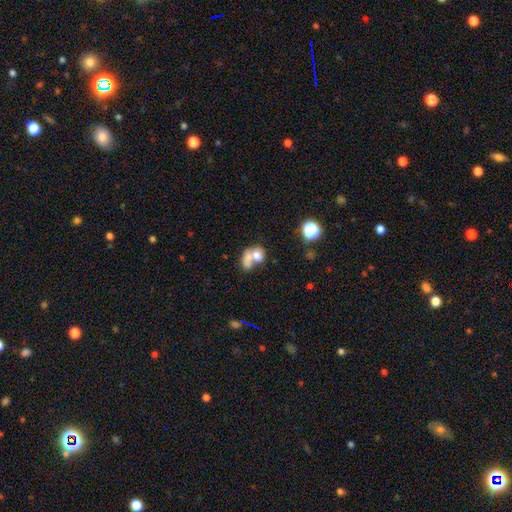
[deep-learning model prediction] Morphology: type=smooth (67%); roundness=in between (59%); merging=merger (67%).